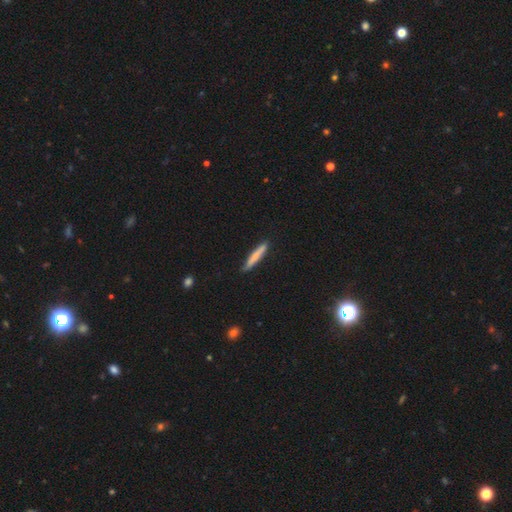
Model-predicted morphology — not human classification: Smooth or featured: smooth — 75% (featured or disk — 20%)
How rounded: cigar-shaped — 94% (in between — 4%)
Merging: none — 88% (minor disturbance — 9%)